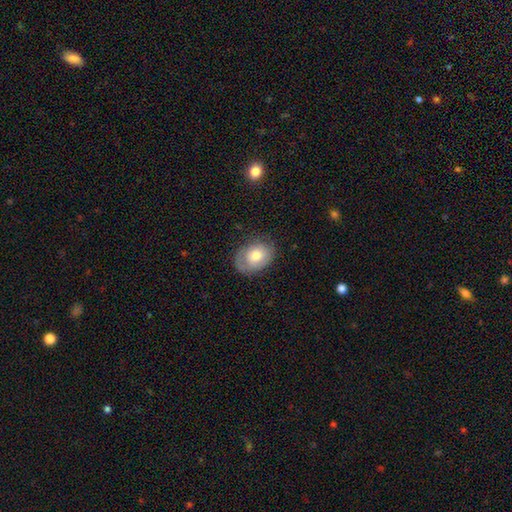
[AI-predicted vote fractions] smooth 68%, featured or disk 25%, star or artifact 7%. Down the decision tree: how rounded — in between (70%); merging — none (71%).